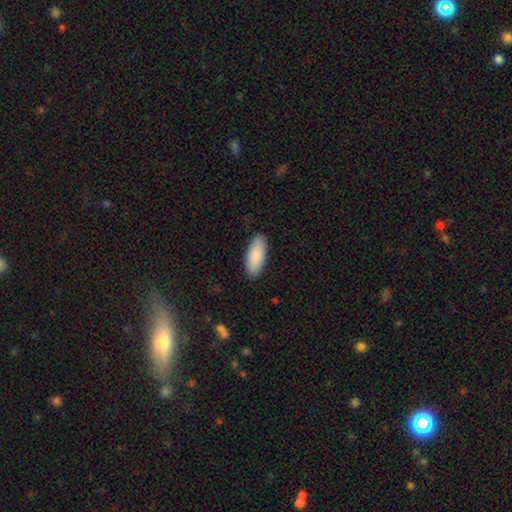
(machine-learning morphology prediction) Smooth or featured? smooth (89%)
How rounded? in between (82%)
Merging? none (89%)